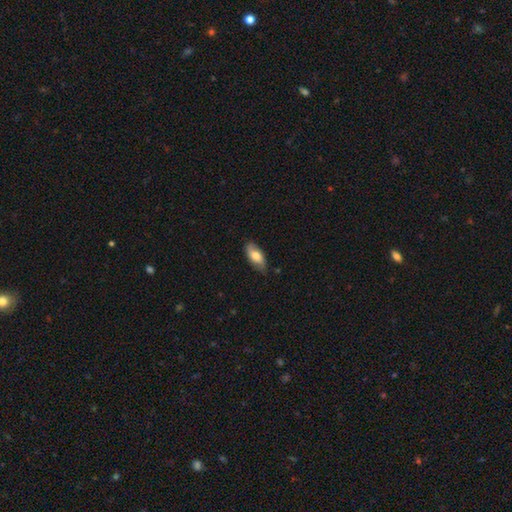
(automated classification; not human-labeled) smooth 69%, featured or disk 25%, star or artifact 6%. Down the decision tree: how rounded — in between (86%); merging — none (79%).